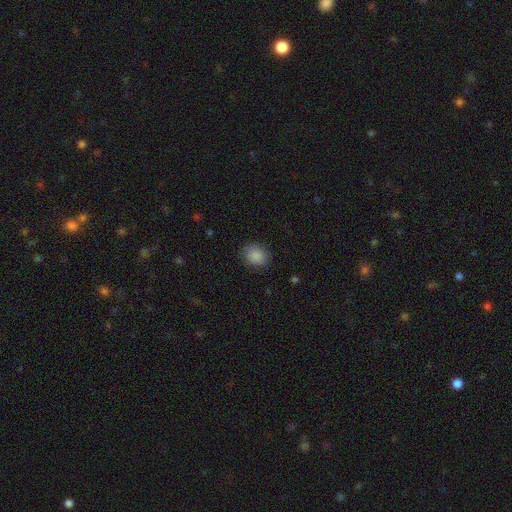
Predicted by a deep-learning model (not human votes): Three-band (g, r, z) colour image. It shows a smooth galaxy with no disk features (88%) that is round (65%). Merging: none (86%).